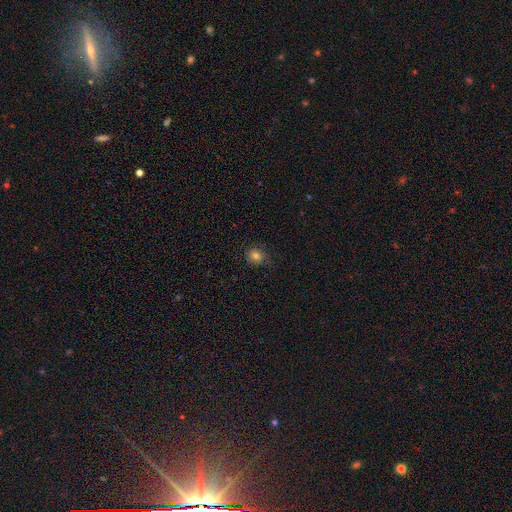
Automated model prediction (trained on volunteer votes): Smooth or featured?
  - smooth: 80% *
  - star or artifact: 12%
  - featured or disk: 8%
How rounded?
  - round: 70% *
  - in between: 29%
  - cigar-shaped: 1%
Merging?
  - none: 76% *
  - minor disturbance: 18%
  - major disturbance: 5%
  - merger: 1%